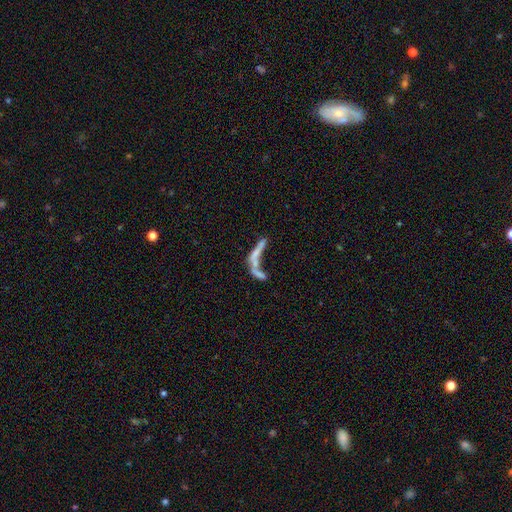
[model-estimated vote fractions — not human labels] A featured or disk galaxy (48%).

Vote fractions:
- Smooth or featured? featured or disk: 48% / smooth: 37% / star or artifact: 15%
- Merging? merger: 50% / major disturbance: 21% / none: 20% / minor disturbance: 9%